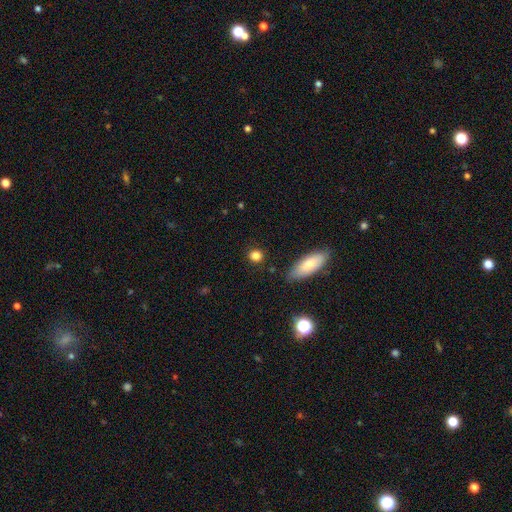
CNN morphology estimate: smooth 83%, star or artifact 10%, featured or disk 6%. Down the decision tree: how rounded — round (76%); merging — none (85%).